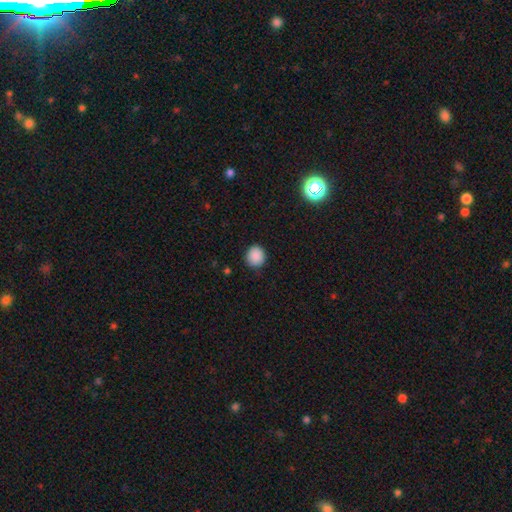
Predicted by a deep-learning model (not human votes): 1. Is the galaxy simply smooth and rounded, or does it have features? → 88% smooth, 10% star or artifact, 3% featured or disk.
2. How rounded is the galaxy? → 86% round, 13% in between, 1% cigar-shaped.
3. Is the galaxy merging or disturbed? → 87% none, 9% minor disturbance, 2% major disturbance, 1% merger.